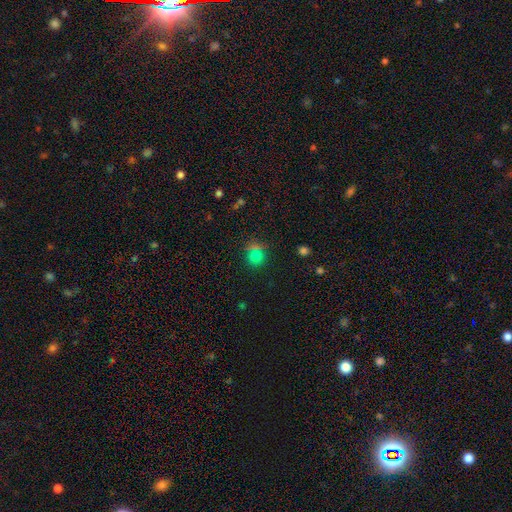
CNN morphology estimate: smooth 68%, star or artifact 25%, featured or disk 7%. Down the decision tree: how rounded — round (89%); merging — none (77%).